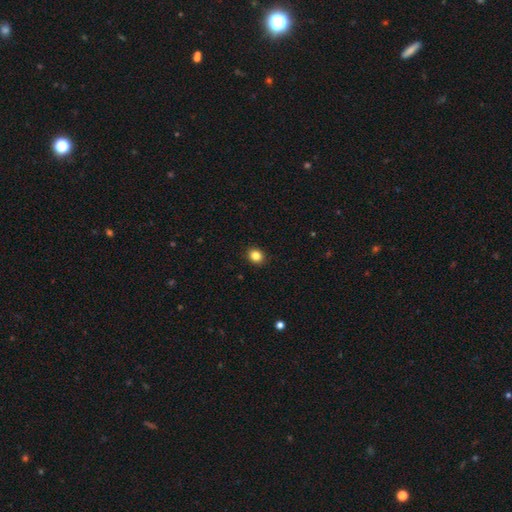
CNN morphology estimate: Smooth or featured? smooth (84%)
How rounded? round (74%)
Merging? none (92%)